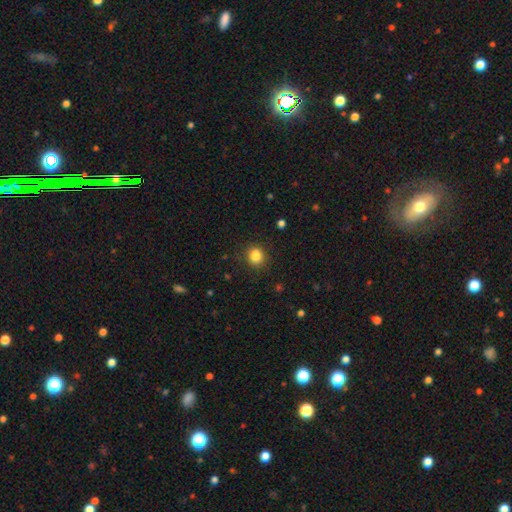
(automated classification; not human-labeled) This appears to be a smooth galaxy with no disk features (85%) that is round (75%). Merging: none (86%).